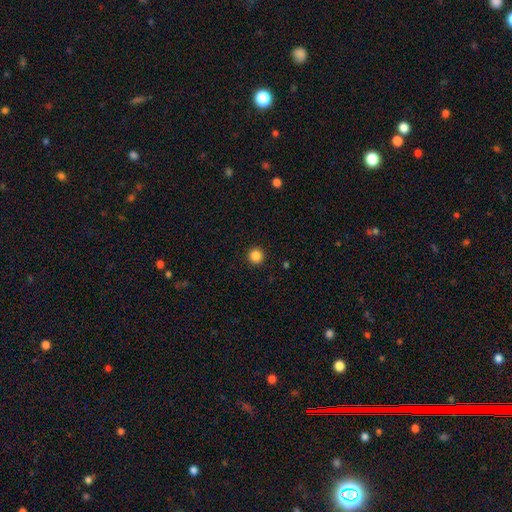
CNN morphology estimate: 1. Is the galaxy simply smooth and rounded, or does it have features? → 86% smooth, 11% star or artifact, 3% featured or disk.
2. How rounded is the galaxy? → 96% round, 4% in between, 1% cigar-shaped.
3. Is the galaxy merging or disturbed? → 93% none, 4% minor disturbance, 2% major disturbance, 1% merger.